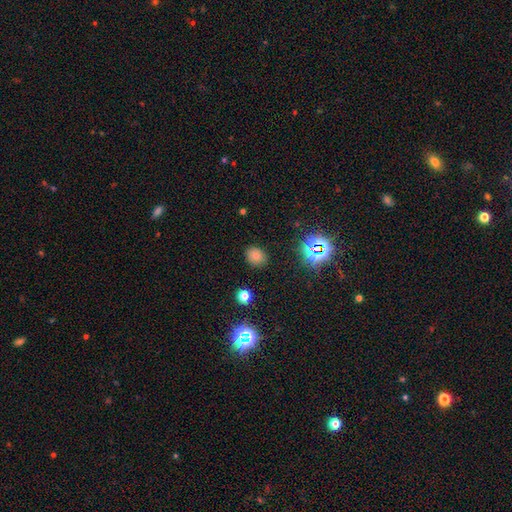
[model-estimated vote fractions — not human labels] Smooth or featured: smooth — 71% (star or artifact — 20%)
How rounded: round — 64% (in between — 35%)
Merging: none — 87% (minor disturbance — 9%)